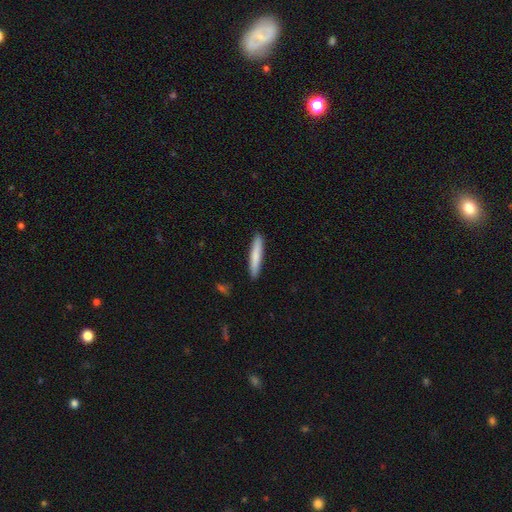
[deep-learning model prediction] Morphology: type=smooth (79%); roundness=cigar-shaped (93%); merging=none (91%).